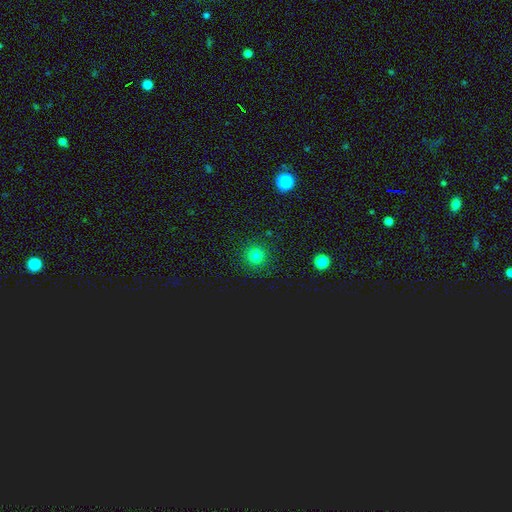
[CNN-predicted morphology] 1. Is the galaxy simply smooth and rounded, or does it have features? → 78% smooth, 17% star or artifact, 5% featured or disk.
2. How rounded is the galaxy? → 95% round, 4% in between, 1% cigar-shaped.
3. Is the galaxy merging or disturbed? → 91% none, 5% minor disturbance, 2% major disturbance, 1% merger.